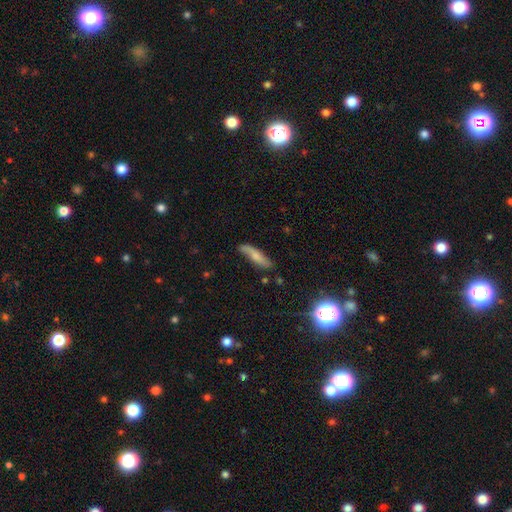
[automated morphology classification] smooth 65%, featured or disk 28%, star or artifact 7%. Down the decision tree: how rounded — cigar-shaped (69%); merging — none (67%).